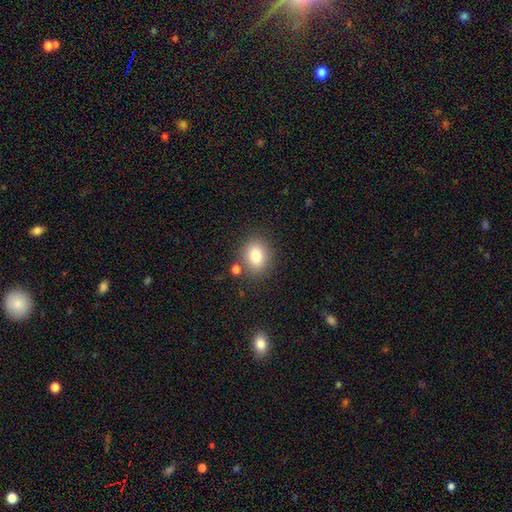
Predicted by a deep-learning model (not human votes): Smooth or featured? smooth (81%)
How rounded? round (60%)
Merging? none (79%)